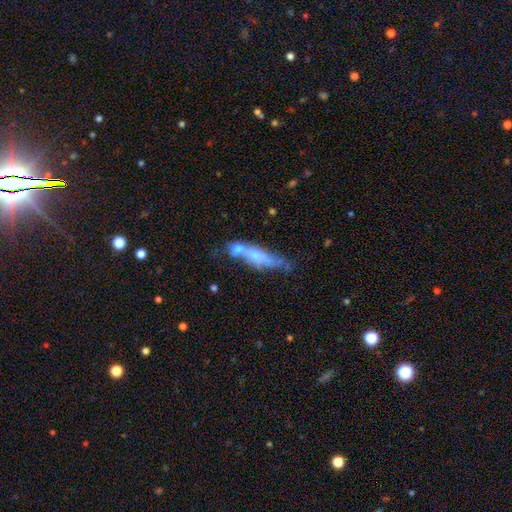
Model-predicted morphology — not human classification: smooth_or_featured: smooth (p=0.50) [alt: featured or disk p=0.42]
merging: merger (p=0.40) [alt: none p=0.31]